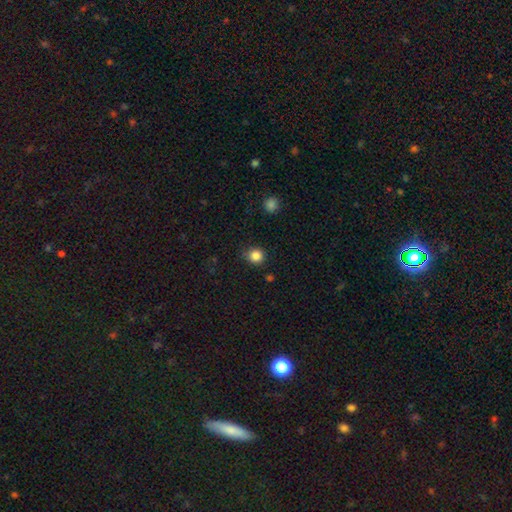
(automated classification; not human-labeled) This appears to be a smooth galaxy with no disk features (85%) that is round (91%). Merging: none (84%).